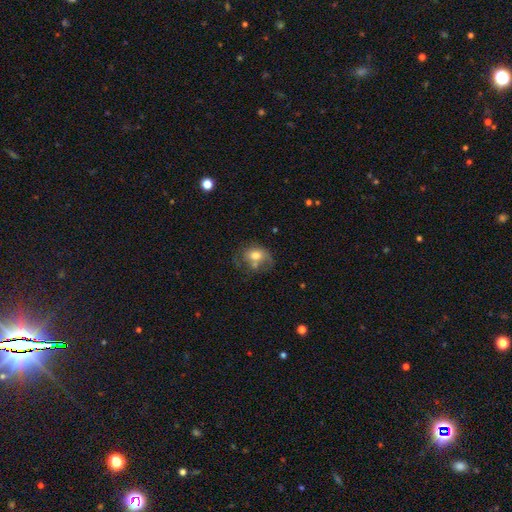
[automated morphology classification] Smooth or featured? Predicted: smooth (p=0.67). How rounded? Predicted: in between (p=0.57). Merging? Predicted: none (p=0.37).